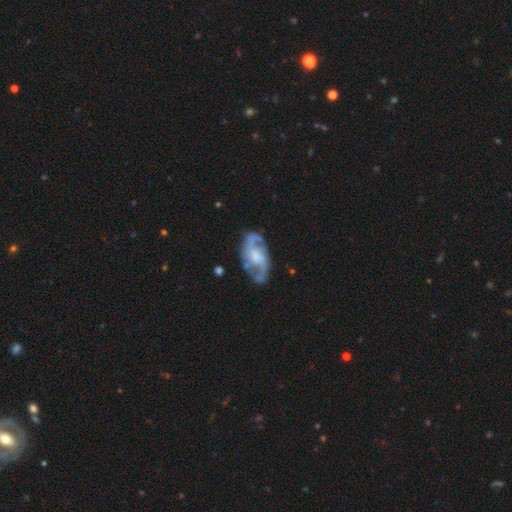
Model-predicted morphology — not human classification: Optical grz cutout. It shows a featured or disk galaxy (85%) with no bar (49%), 2 (84%) medium (51%) spiral arms (94%) and a moderate central bulge (37%). Merging: none (71%).